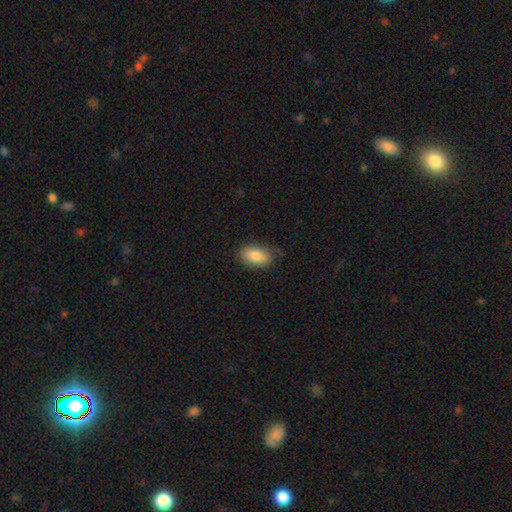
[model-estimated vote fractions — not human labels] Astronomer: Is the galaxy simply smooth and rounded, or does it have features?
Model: smooth — 81%.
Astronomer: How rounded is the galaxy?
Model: in between — 90%.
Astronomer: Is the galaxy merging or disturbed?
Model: none — 75%.